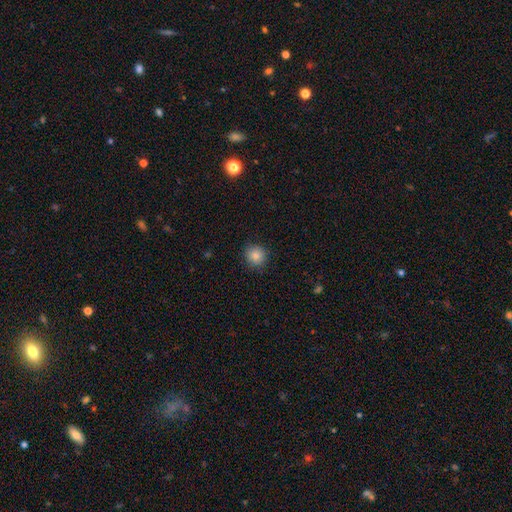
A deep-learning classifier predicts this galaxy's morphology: Smooth or featured? Predicted: smooth (p=0.84). How rounded? Predicted: round (p=0.92). Merging? Predicted: none (p=0.89).